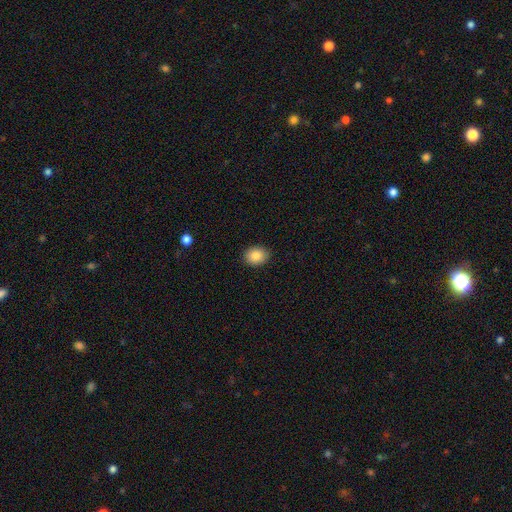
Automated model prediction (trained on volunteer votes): smooth_or_featured: smooth (p=0.86) [alt: star or artifact p=0.09]
how_rounded: in between (p=0.51) [alt: round p=0.48]
merging: none (p=0.89) [alt: minor disturbance p=0.08]